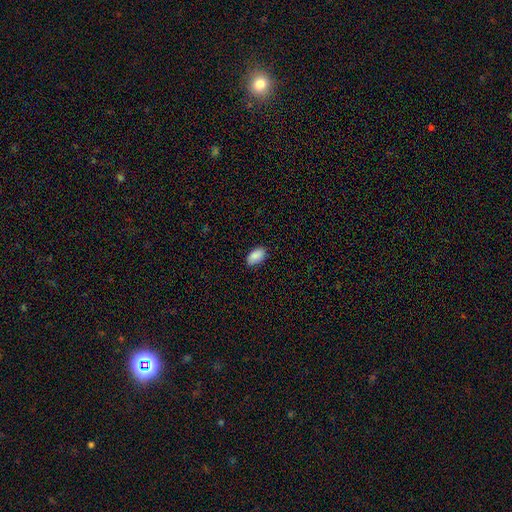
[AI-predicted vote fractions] Smooth or featured? smooth (89%)
How rounded? in between (94%)
Merging? none (83%)